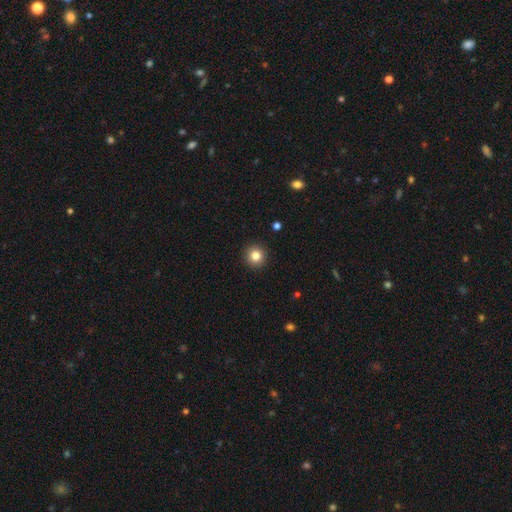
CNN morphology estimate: A smooth galaxy with no disk features (82%) that is round (95%). Merging: none (93%).